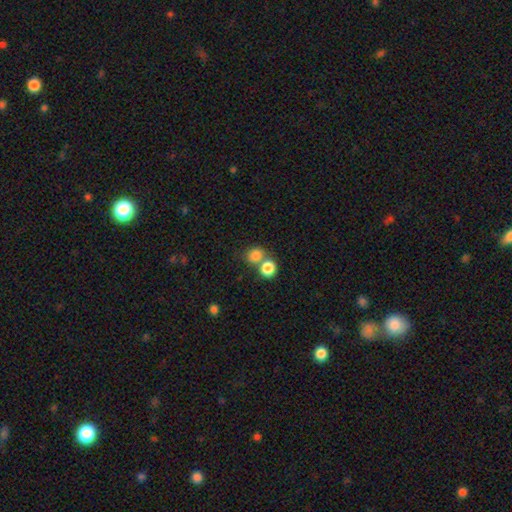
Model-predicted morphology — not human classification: Q: Smooth or featured?
A: smooth (82%); runner-up: star or artifact (11%)
Q: How rounded?
A: round (78%); runner-up: in between (21%)
Q: Merging?
A: merger (45%); tied with: none (45%)